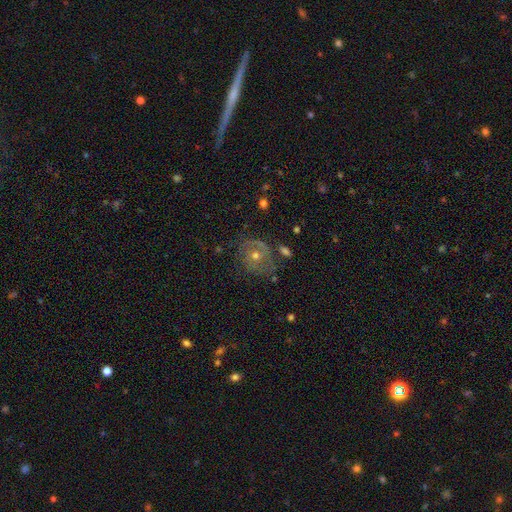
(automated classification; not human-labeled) Smooth or featured? featured or disk (61%)
Edge-on disk? no (97%)
Bar? no (81%)
Spiral arms? yes (69%)
Bulge size? moderate (66%)
Merging? none (66%)